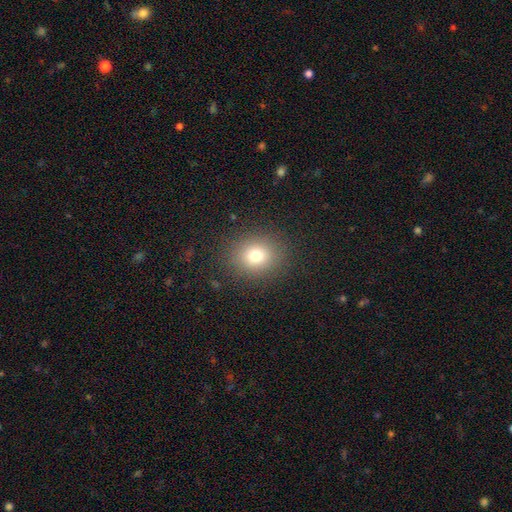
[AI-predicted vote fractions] A smooth galaxy with no disk features (75%) that is round (76%).

Vote fractions:
- Smooth or featured? smooth: 75% / star or artifact: 15% / featured or disk: 10%
- How rounded? round: 76% / in between: 23% / cigar-shaped: 1%
- Merging? none: 87% / minor disturbance: 8% / major disturbance: 4% / merger: 1%